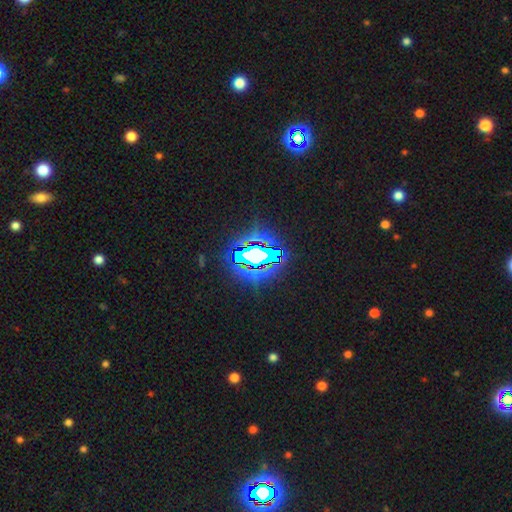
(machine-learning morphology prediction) This is likely a star or artifact rather than a galaxy (69%).